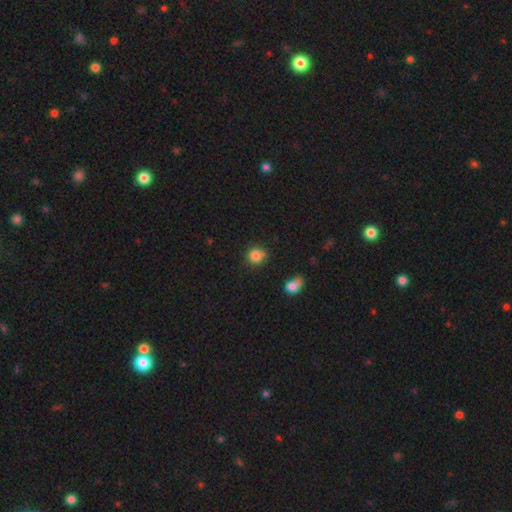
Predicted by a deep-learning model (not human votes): Q: Smooth or featured?
A: smooth (84%); runner-up: star or artifact (11%)
Q: How rounded?
A: round (88%); runner-up: in between (11%)
Q: Merging?
A: none (75%); runner-up: minor disturbance (15%)